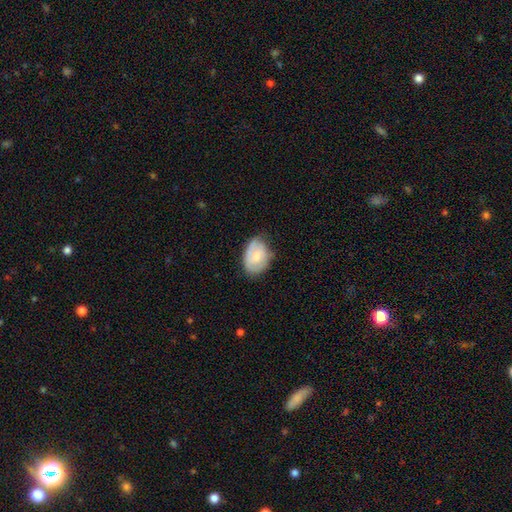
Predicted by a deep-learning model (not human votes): A smooth galaxy with no disk features (57%) that is in between round and cigar-shaped (79%).

Vote fractions:
- Smooth or featured? smooth: 57% / featured or disk: 36% / star or artifact: 7%
- How rounded? in between: 79% / round: 19% / cigar-shaped: 1%
- Merging? none: 57% / minor disturbance: 33% / major disturbance: 9% / merger: 2%